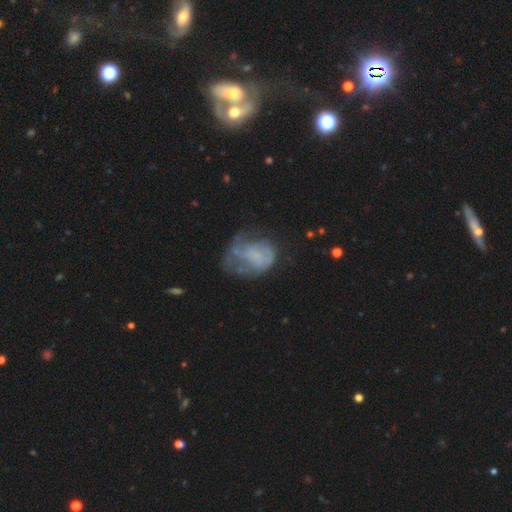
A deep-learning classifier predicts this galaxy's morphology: type=featured or disk (53%); edge-on=no (98%); bar=no (77%); spiral arms=no (53%); bulge=none (69%); merging=major disturbance (36%).